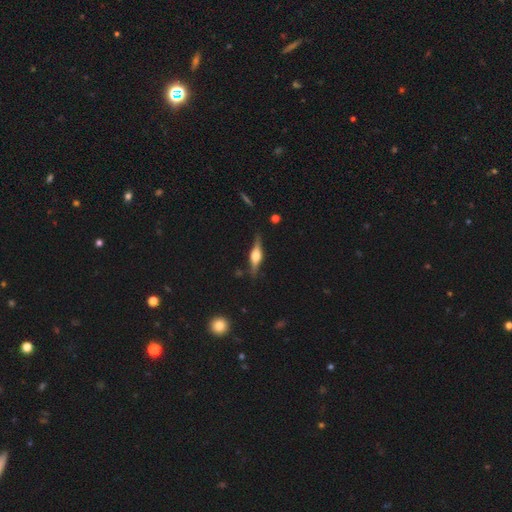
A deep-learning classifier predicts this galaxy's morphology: Overall: featured or disk (75%). Edge-on disk: yes (97%). Edge-on bulge: rounded (89%). Merging: none (85%).